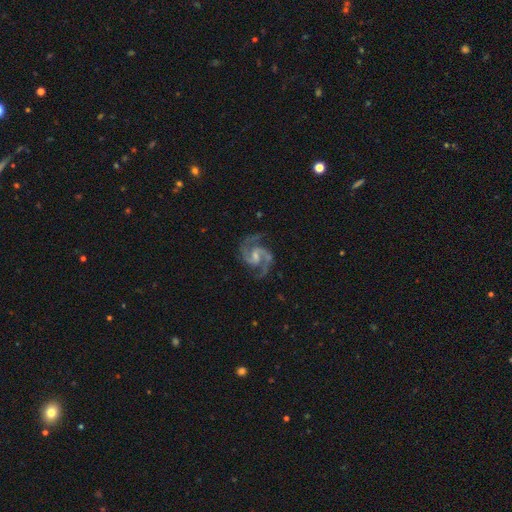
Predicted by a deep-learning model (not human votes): Smooth or featured: featured or disk — 93% (star or artifact — 4%)
Edge-on disk: no — 98% (yes — 2%)
Bar: weak — 54% (no — 28%)
Spiral arms: yes — 99% (no — 1%)
Spiral winding: medium — 68% (tight — 18%)
Spiral arm count: 2 — 88% (3 — 6%)
Bulge size: small — 49% (moderate — 37%)
Merging: none — 79% (minor disturbance — 14%)